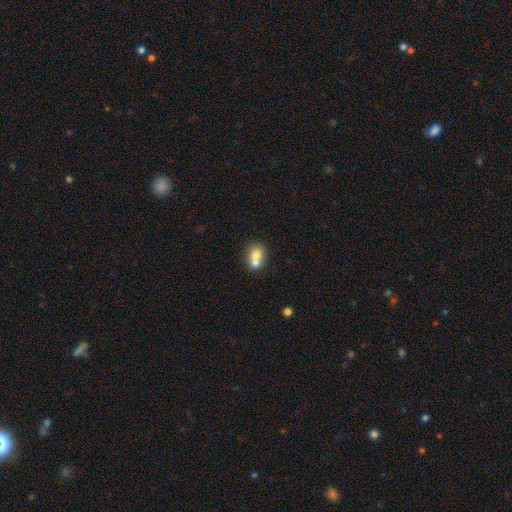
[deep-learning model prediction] A smooth galaxy with no disk features (70%) that is round (54%).

Vote fractions:
- Smooth or featured? smooth: 70% / featured or disk: 20% / star or artifact: 10%
- How rounded? round: 54% / in between: 45% / cigar-shaped: 1%
- Merging? merger: 60% / none: 30% / minor disturbance: 7% / major disturbance: 3%